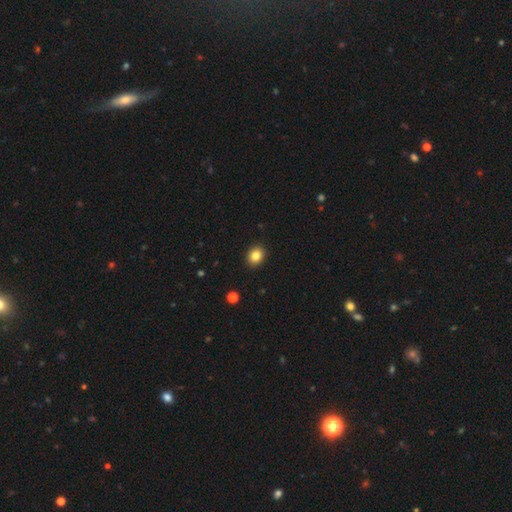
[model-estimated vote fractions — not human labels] Smooth or featured? smooth (84%)
How rounded? round (52%)
Merging? none (91%)